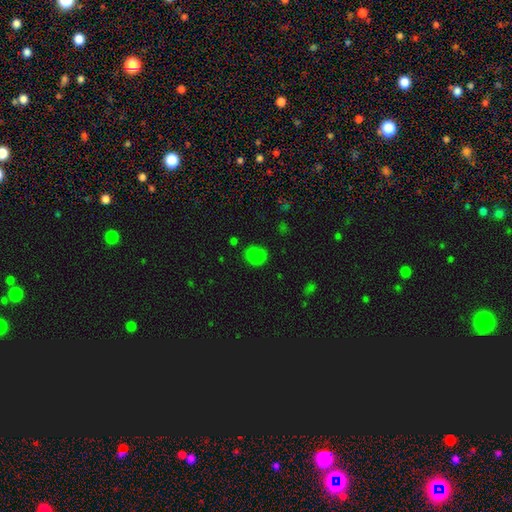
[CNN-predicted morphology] Smooth or featured: smooth — 82% (star or artifact — 14%)
How rounded: round — 60% (in between — 39%)
Merging: none — 79% (minor disturbance — 15%)